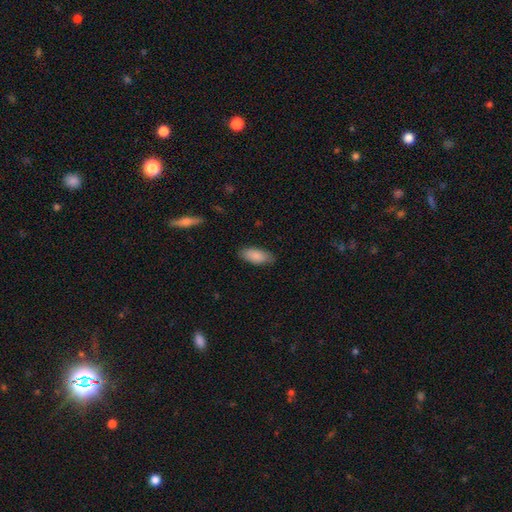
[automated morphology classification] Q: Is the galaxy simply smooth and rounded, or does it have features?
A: smooth — 87%.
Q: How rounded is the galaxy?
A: in between — 86%.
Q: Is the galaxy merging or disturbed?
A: none — 84%.